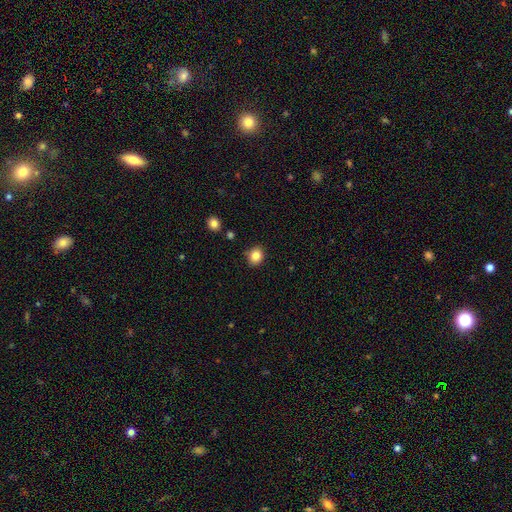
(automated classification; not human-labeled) This is clearly a smooth galaxy (85%). How rounded: likely round (69%). Merging: clearly none (86%).